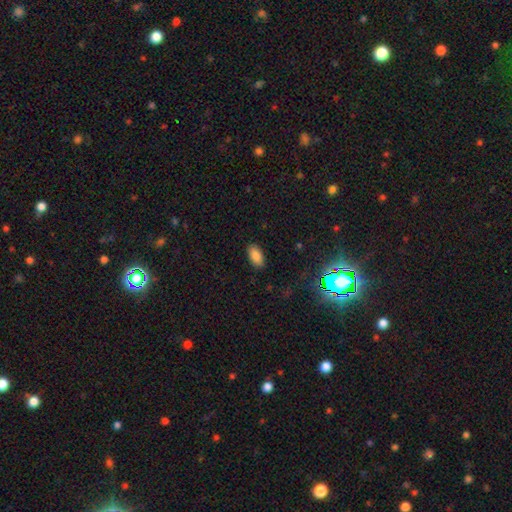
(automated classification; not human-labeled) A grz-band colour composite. It shows a smooth galaxy with no disk features (83%) that is in between round and cigar-shaped (93%). Merging: none (88%).